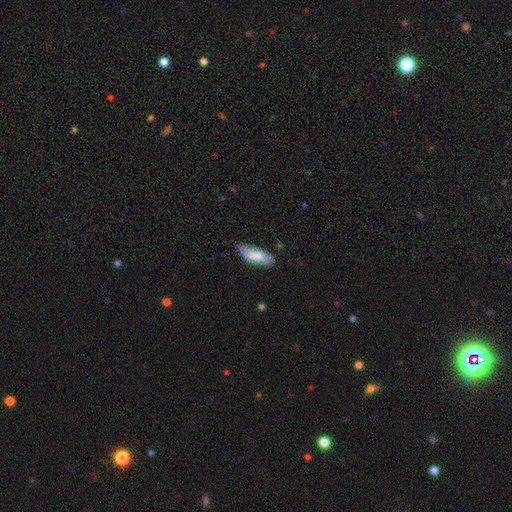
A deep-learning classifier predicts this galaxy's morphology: A smooth galaxy with no disk features (82%) that is in between round and cigar-shaped (67%). Merging: none (72%).